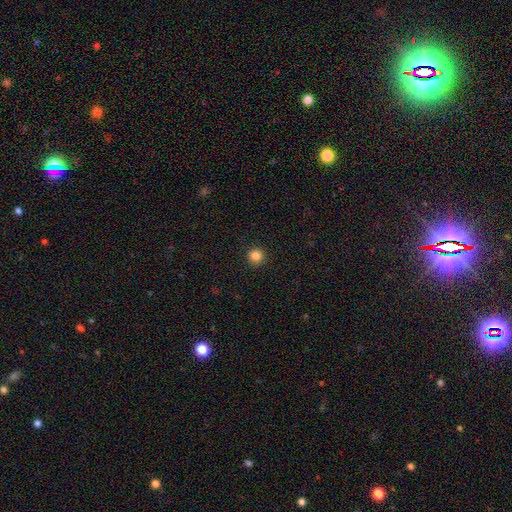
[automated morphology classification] smooth_or_featured: smooth (p=0.85) [alt: star or artifact p=0.12]
how_rounded: round (p=0.95) [alt: in between p=0.04]
merging: none (p=0.93) [alt: minor disturbance p=0.05]